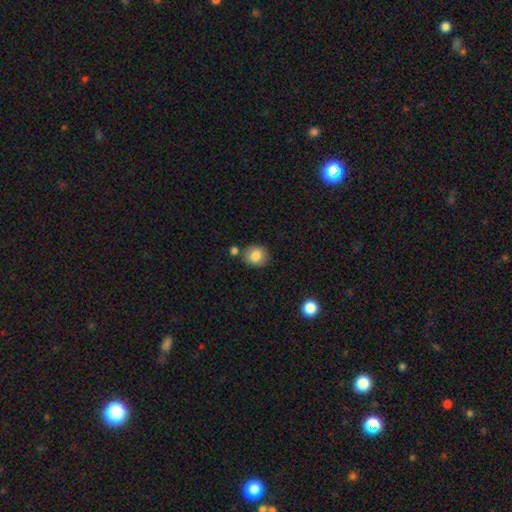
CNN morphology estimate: Q: Smooth or featured?
A: smooth (84%); runner-up: star or artifact (9%)
Q: How rounded?
A: round (78%); runner-up: in between (21%)
Q: Merging?
A: none (77%); runner-up: minor disturbance (11%)